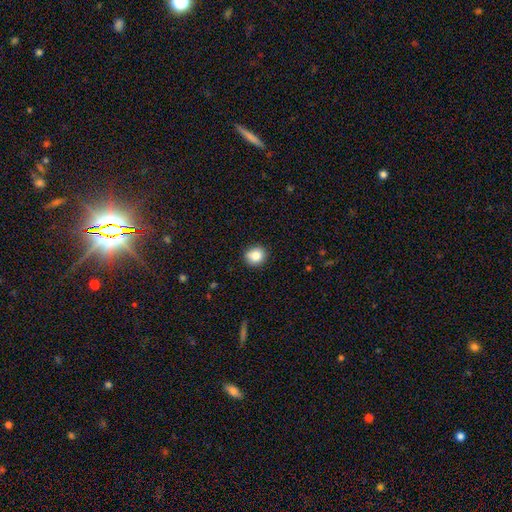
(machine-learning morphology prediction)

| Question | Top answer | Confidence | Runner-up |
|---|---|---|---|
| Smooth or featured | smooth | 85% | star or artifact (10%) |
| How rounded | round | 84% | in between (15%) |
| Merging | none | 89% | minor disturbance (8%) |